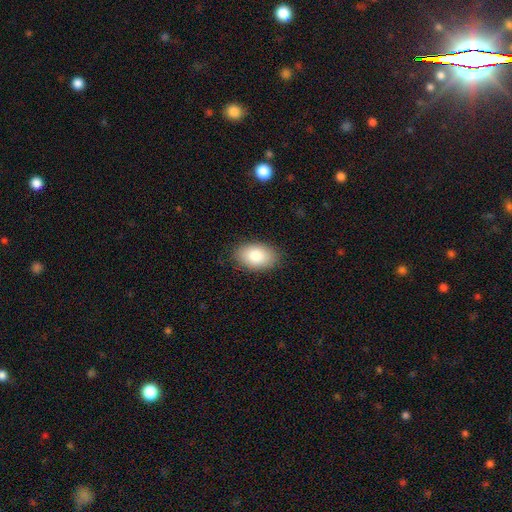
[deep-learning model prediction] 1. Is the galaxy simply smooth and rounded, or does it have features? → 84% smooth, 9% featured or disk, 7% star or artifact.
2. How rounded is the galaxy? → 91% in between, 8% round, 1% cigar-shaped.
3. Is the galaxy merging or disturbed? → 86% none, 11% minor disturbance, 2% major disturbance, 1% merger.